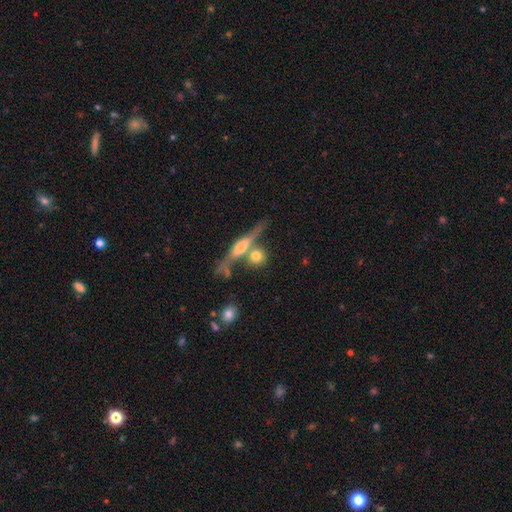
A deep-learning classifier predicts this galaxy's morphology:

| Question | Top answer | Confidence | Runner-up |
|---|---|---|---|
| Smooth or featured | smooth | 58% | featured or disk (33%) |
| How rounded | round | 57% | in between (23%) |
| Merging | none | 51% | merger (31%) |